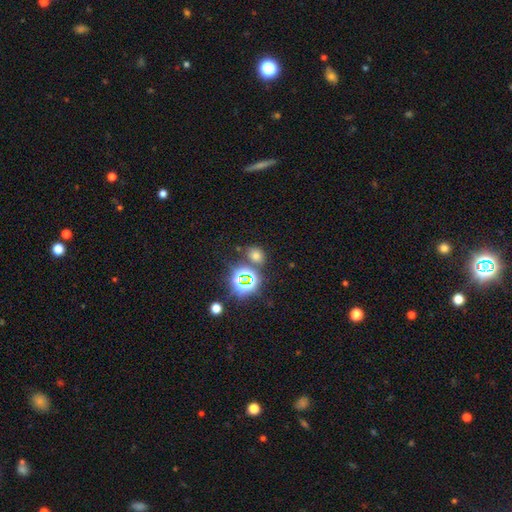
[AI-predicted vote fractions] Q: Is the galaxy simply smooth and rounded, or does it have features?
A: smooth — 58%.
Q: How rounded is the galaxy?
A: in between — 53%.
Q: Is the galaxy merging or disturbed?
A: none — 77%.